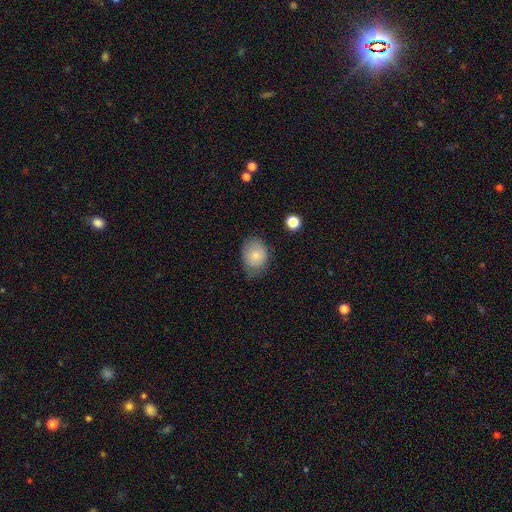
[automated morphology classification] Overall: smooth (79%). How rounded: in between (60%; round 39%). Merging: none (62%; minor disturbance 29%).